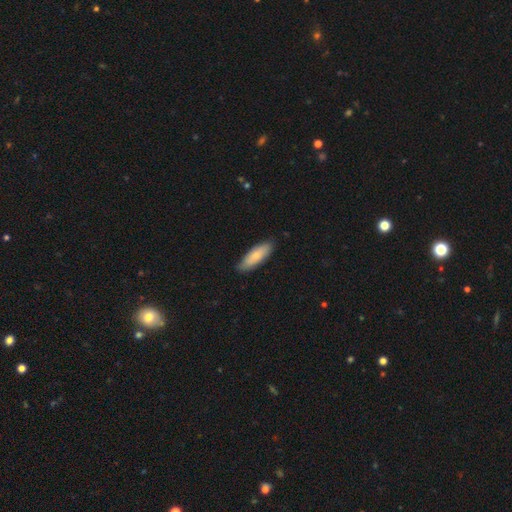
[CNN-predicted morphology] smooth-or-featured: smooth: 77% | featured or disk: 18% | star or artifact: 5%
  how-rounded: in between: 57% | cigar-shaped: 41% | round: 2%
  merging: none: 83% | minor disturbance: 14% | major disturbance: 2% | merger: 1%